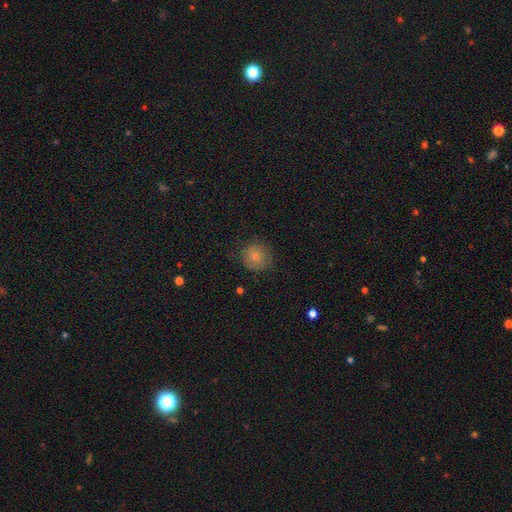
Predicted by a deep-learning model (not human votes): smooth-or-featured: smooth: 66% | featured or disk: 19% | star or artifact: 16%
  how-rounded: round: 93% | in between: 6% | cigar-shaped: 1%
  merging: none: 83% | minor disturbance: 12% | major disturbance: 3% | merger: 1%